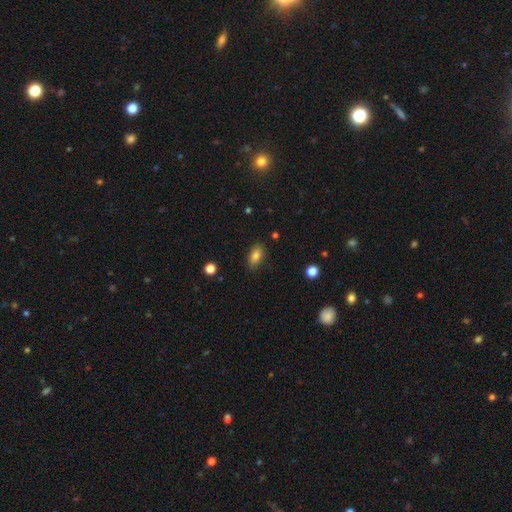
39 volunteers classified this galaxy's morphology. Smooth or featured? 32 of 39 (82%) said smooth. How rounded? 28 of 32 (88%) said in between. Merging? 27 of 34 (79%) said none.